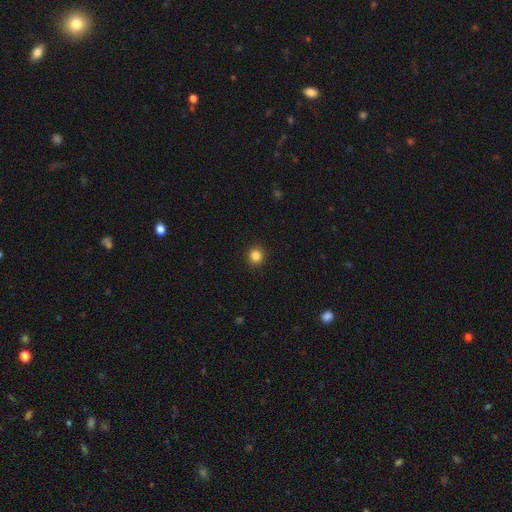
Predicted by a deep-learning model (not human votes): A smooth galaxy with no disk features (85%) that is round (91%).

Vote fractions:
- Smooth or featured? smooth: 85% / star or artifact: 11% / featured or disk: 4%
- How rounded? round: 91% / in between: 8% / cigar-shaped: 1%
- Merging? none: 92% / minor disturbance: 5% / major disturbance: 2% / merger: 1%